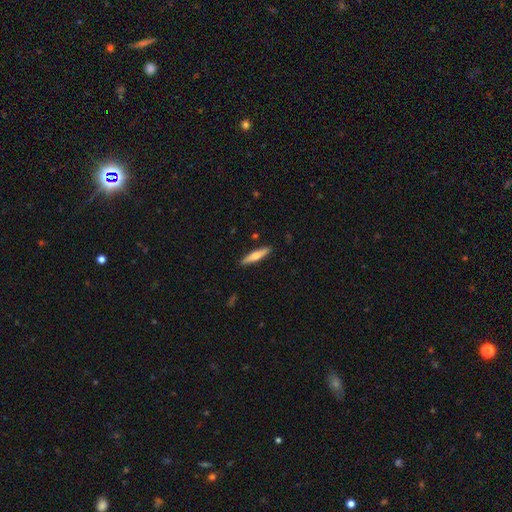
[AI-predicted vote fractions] The model was most divided on "smooth or featured": smooth: 63%, featured or disk: 32%, star or artifact: 5%. More confident: merging — none (89%); how rounded — cigar-shaped (86%).